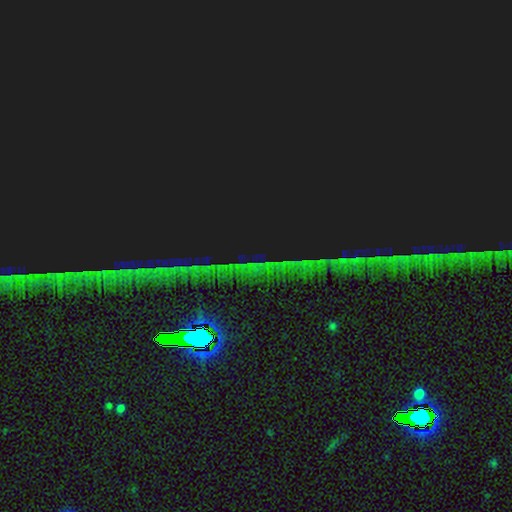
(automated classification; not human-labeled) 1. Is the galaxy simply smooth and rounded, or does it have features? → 86% star or artifact, 7% featured or disk, 7% smooth.